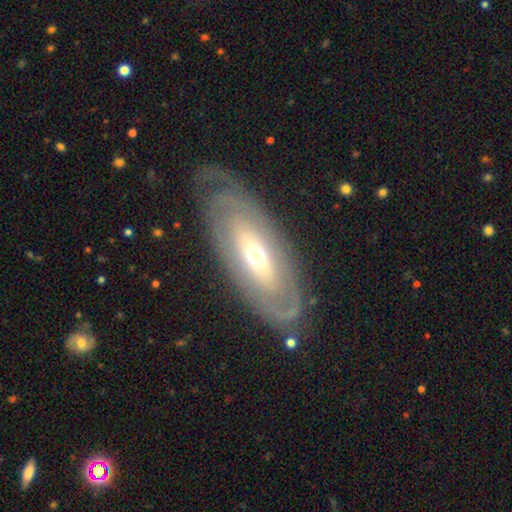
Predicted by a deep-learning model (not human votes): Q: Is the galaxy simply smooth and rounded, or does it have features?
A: featured or disk — 73%.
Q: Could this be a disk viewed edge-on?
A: no — 85%.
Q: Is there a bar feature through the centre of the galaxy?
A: no — 71%.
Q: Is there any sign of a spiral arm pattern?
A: yes — 56%.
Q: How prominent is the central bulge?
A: moderate — 60%.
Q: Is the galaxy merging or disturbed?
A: none — 77%.